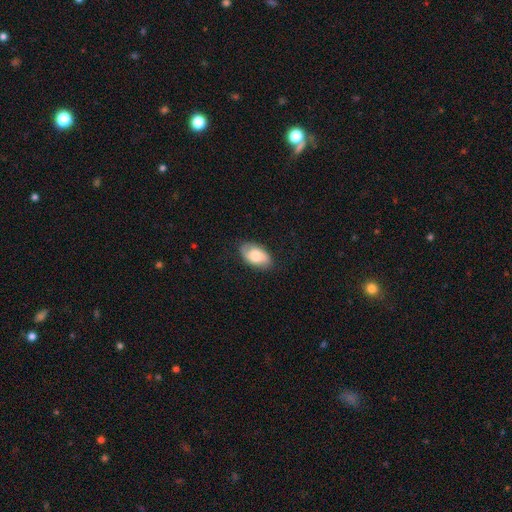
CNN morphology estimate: Q: Smooth or featured?
A: smooth (56%); runner-up: featured or disk (36%)
Q: How rounded?
A: in between (92%); runner-up: round (6%)
Q: Merging?
A: none (80%); runner-up: minor disturbance (15%)